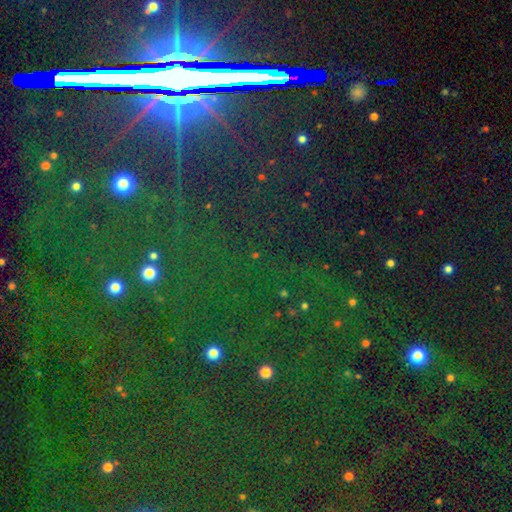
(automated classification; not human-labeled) smooth_or_featured: star or artifact (p=0.75) [alt: smooth p=0.17]